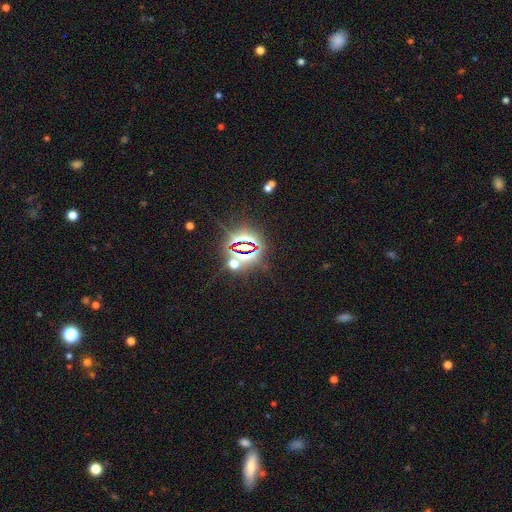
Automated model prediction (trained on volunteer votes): The model was most divided on "smooth or featured": star or artifact: 82%, smooth: 11%, featured or disk: 7%.